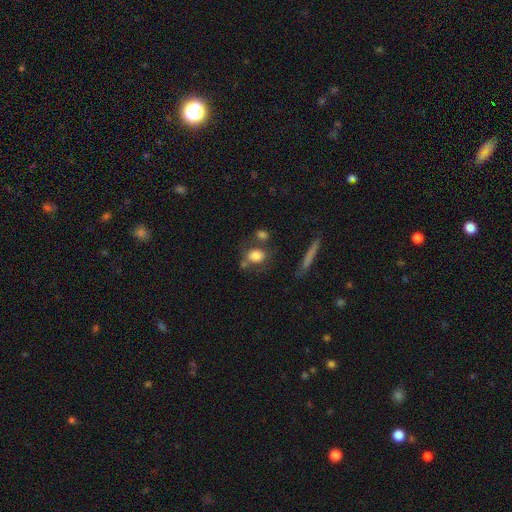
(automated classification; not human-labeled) The model was most divided on "how rounded": in between: 52%, round: 44%, cigar-shaped: 4%. More confident: smooth or featured — smooth (79%); merging — none (57%).